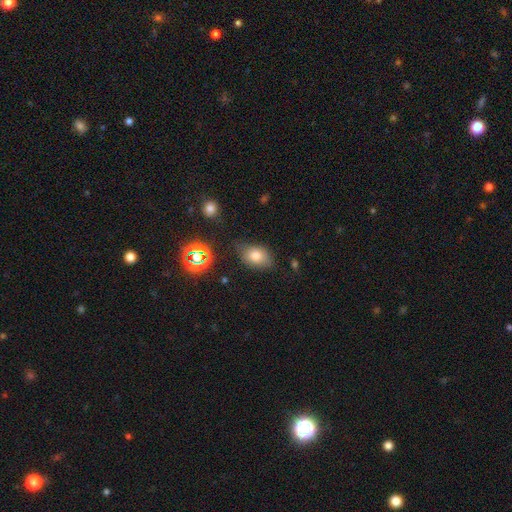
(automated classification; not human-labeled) A smooth galaxy with no disk features (74%) that is in between round and cigar-shaped (77%).

Vote fractions:
- Smooth or featured? smooth: 74% / star or artifact: 14% / featured or disk: 12%
- How rounded? in between: 77% / round: 21% / cigar-shaped: 2%
- Merging? none: 66% / minor disturbance: 24% / major disturbance: 6% / merger: 3%